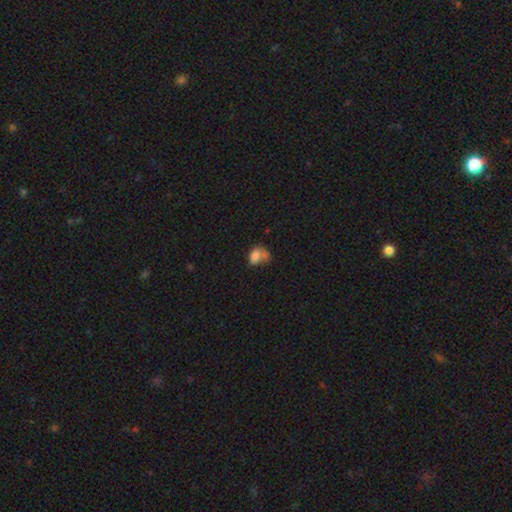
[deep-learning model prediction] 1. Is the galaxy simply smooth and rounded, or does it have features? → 72% smooth, 17% featured or disk, 11% star or artifact.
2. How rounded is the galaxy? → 76% in between, 22% round, 2% cigar-shaped.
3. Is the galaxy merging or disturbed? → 33% merger, 25% none, 24% major disturbance, 18% minor disturbance.